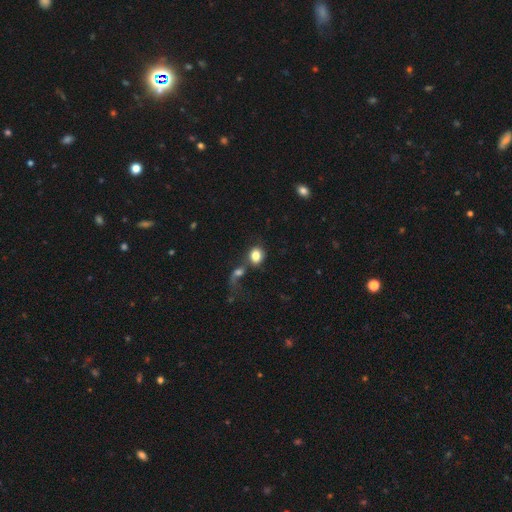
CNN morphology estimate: This is likely a smooth galaxy (79%). How rounded: likely round (62%). Merging: marginally merger (41%).